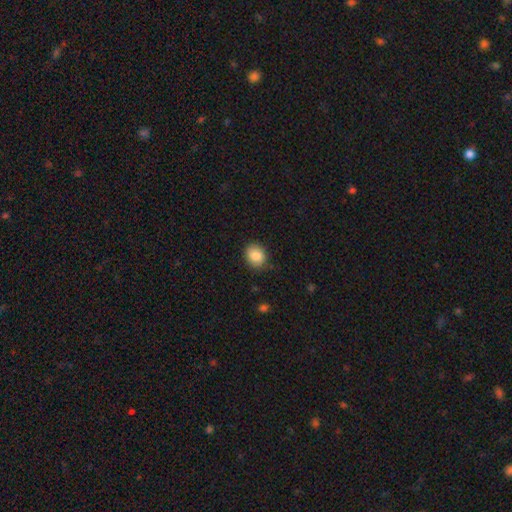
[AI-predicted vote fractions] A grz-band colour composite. It shows a smooth galaxy with no disk features (86%) that is round (54%). Merging: none (84%).